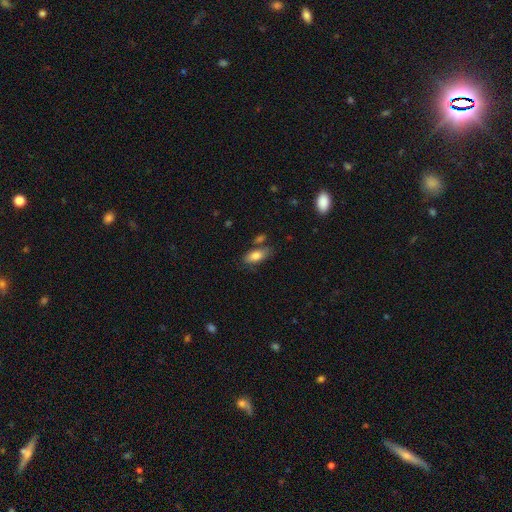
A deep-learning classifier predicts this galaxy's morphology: This appears to be a smooth galaxy with no disk features (81%) that is in between round and cigar-shaped (87%). Merging: none (67%).